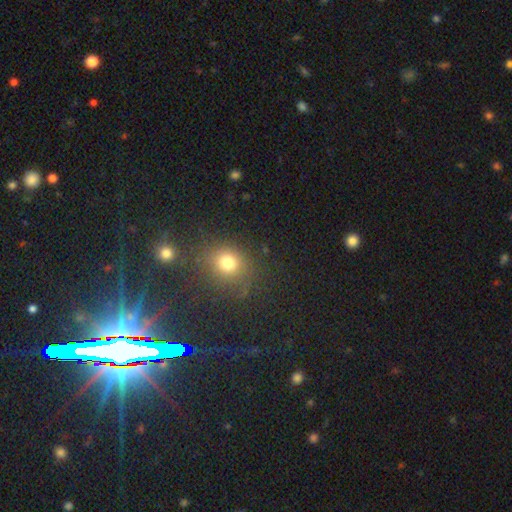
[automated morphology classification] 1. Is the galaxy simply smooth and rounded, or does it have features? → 49% star or artifact, 40% smooth, 10% featured or disk.